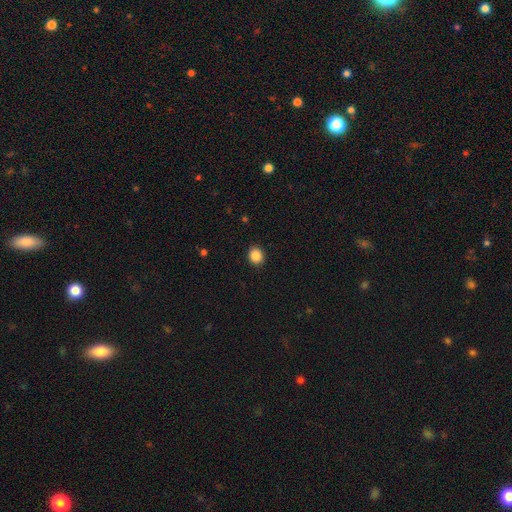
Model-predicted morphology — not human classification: smooth_or_featured: smooth (p=0.87) [alt: star or artifact p=0.10]
how_rounded: round (p=0.73) [alt: in between p=0.26]
merging: none (p=0.91) [alt: minor disturbance p=0.07]